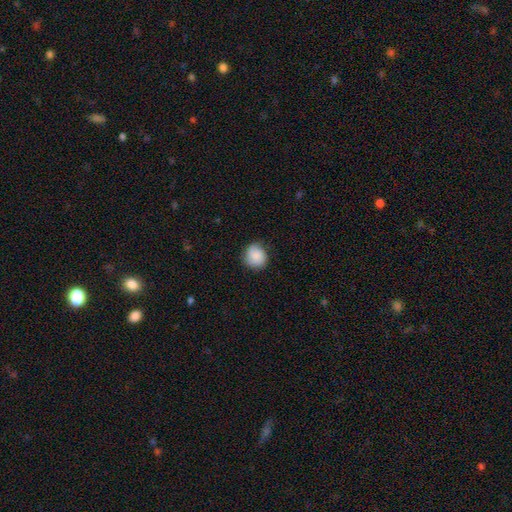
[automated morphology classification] This appears to be a smooth galaxy with no disk features (86%) that is round (83%). Merging: none (75%).